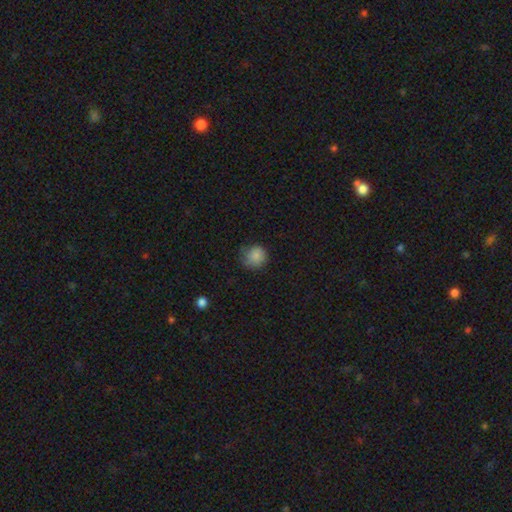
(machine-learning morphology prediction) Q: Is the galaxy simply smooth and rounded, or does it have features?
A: smooth — 84%.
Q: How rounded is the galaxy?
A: round — 88%.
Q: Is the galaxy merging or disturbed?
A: none — 66%.